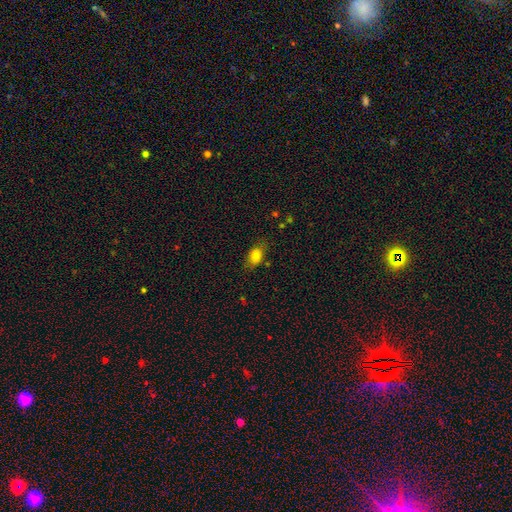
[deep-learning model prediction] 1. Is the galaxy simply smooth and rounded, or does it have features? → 80% smooth, 10% featured or disk, 10% star or artifact.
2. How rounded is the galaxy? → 84% in between, 12% round, 4% cigar-shaped.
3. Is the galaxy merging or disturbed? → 75% none, 18% minor disturbance, 5% major disturbance, 2% merger.